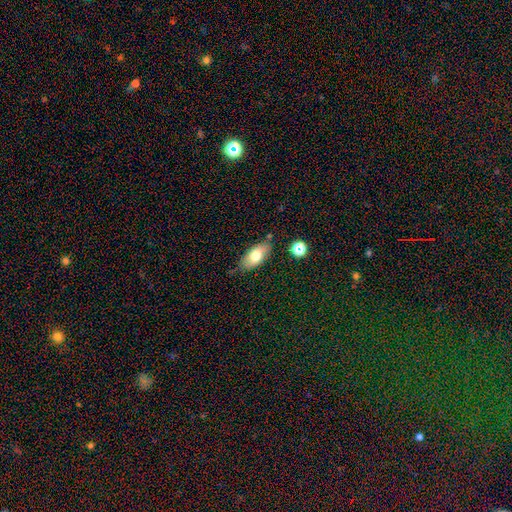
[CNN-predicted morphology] type=smooth (73%); roundness=in between (87%); merging=none (75%).